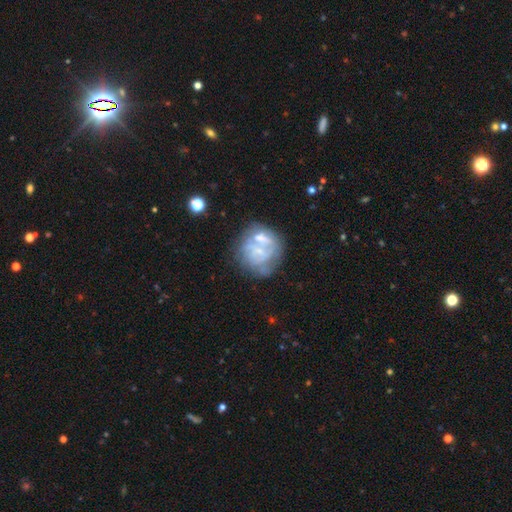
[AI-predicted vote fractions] Morphology: type=featured or disk (62%); edge-on=no (98%); bar=no (69%); spiral arms=no (57%); bulge=small (57%); merging=none (39%).